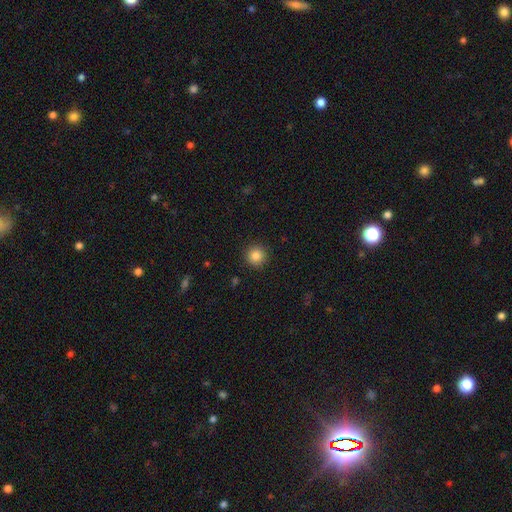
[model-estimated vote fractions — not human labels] smooth-or-featured: smooth: 85% | star or artifact: 11% | featured or disk: 5%
  how-rounded: round: 95% | in between: 4% | cigar-shaped: 1%
  merging: none: 92% | minor disturbance: 6% | major disturbance: 2% | merger: 1%